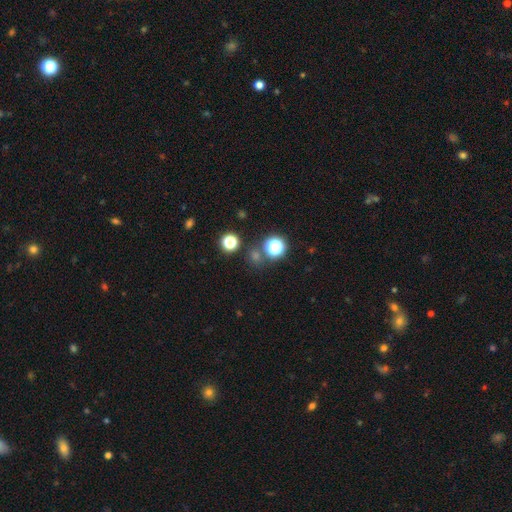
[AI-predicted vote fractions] Smooth or featured: star or artifact — 51% (smooth — 42%)